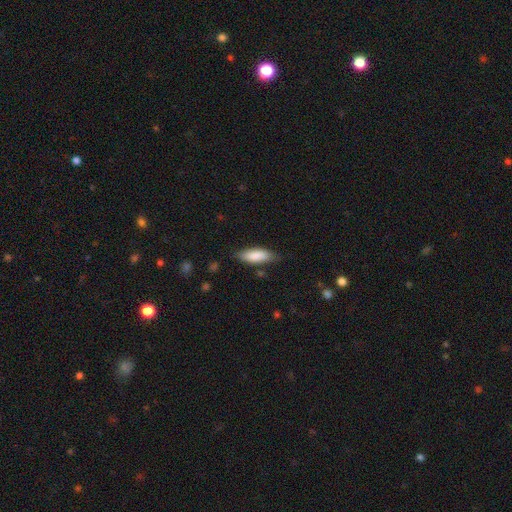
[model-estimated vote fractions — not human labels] Smooth or featured?
  - smooth: 85% *
  - featured or disk: 10%
  - star or artifact: 6%
How rounded?
  - in between: 64% *
  - cigar-shaped: 34%
  - round: 2%
Merging?
  - none: 76% *
  - minor disturbance: 18%
  - major disturbance: 3%
  - merger: 2%